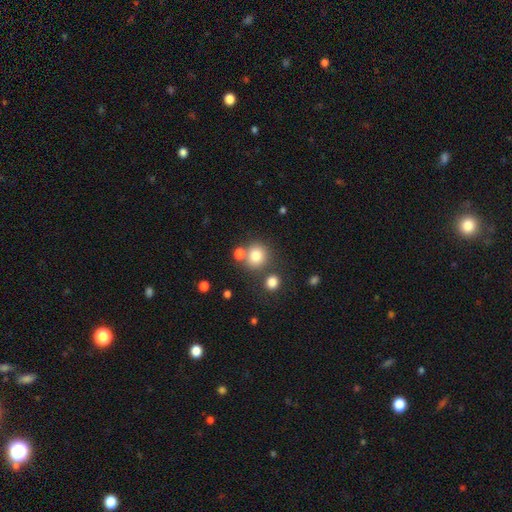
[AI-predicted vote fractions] smooth 79%, star or artifact 13%, featured or disk 8%. Down the decision tree: how rounded — round (89%); merging — none (70%).